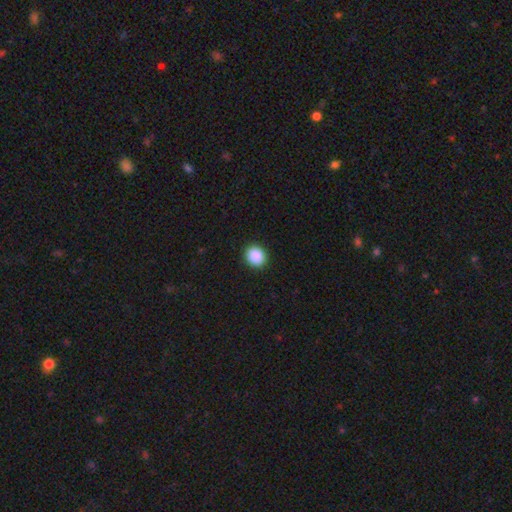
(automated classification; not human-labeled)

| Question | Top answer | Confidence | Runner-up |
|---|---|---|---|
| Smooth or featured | smooth | 89% | star or artifact (8%) |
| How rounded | round | 78% | in between (21%) |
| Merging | none | 92% | minor disturbance (6%) |